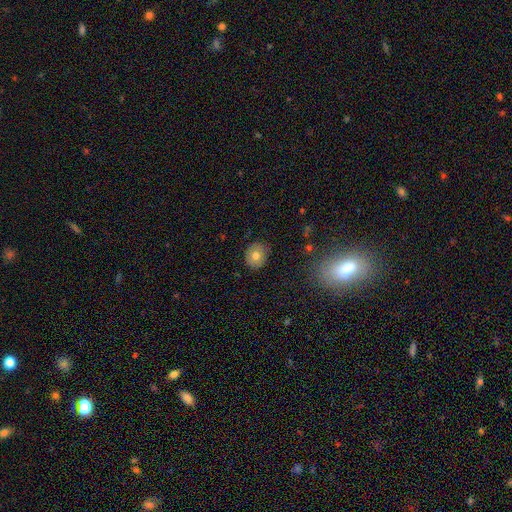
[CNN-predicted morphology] Smooth or featured?
  - smooth: 74% *
  - featured or disk: 17%
  - star or artifact: 10%
How rounded?
  - round: 73% *
  - in between: 26%
  - cigar-shaped: 1%
Merging?
  - none: 82% *
  - minor disturbance: 14%
  - major disturbance: 3%
  - merger: 1%